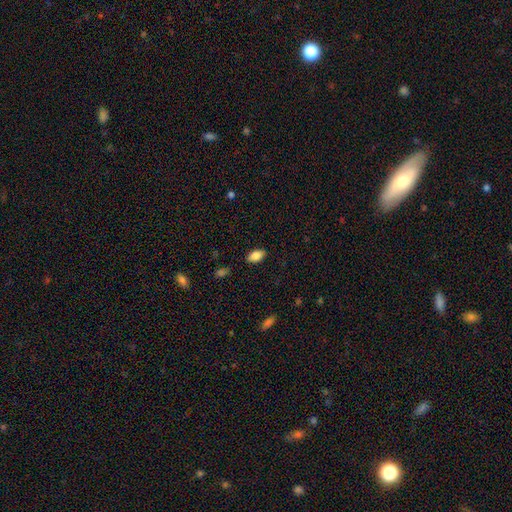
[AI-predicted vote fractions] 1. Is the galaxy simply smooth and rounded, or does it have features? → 86% smooth, 8% star or artifact, 6% featured or disk.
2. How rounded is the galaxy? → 92% in between, 6% round, 2% cigar-shaped.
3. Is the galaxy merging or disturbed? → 86% none, 10% minor disturbance, 2% major disturbance, 1% merger.